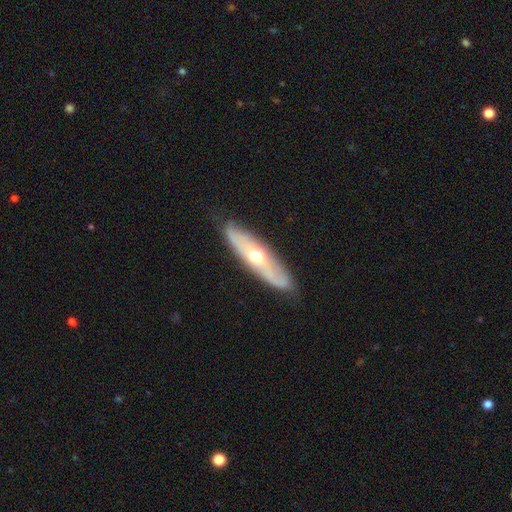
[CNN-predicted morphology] This is likely a featured or disk galaxy (62%). It is possibly not viewed edge-on (57%). Merging: likely none (79%).